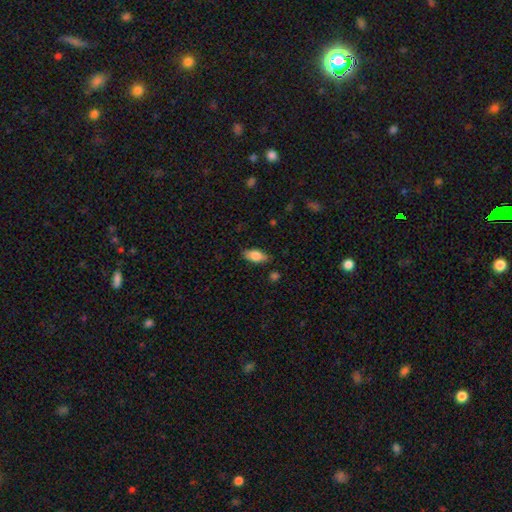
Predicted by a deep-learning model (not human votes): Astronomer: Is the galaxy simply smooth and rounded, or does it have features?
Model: smooth — 80%.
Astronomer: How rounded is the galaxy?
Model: in between — 87%.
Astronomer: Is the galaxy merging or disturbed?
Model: none — 83%.